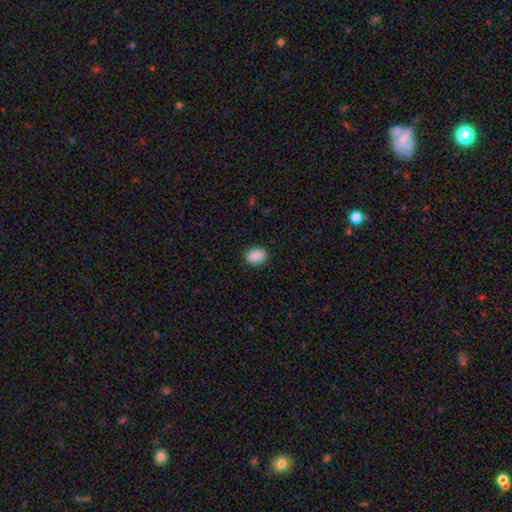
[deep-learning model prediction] Overall: smooth (89%). How rounded: in between (69%; round 30%). Merging: none (86%).